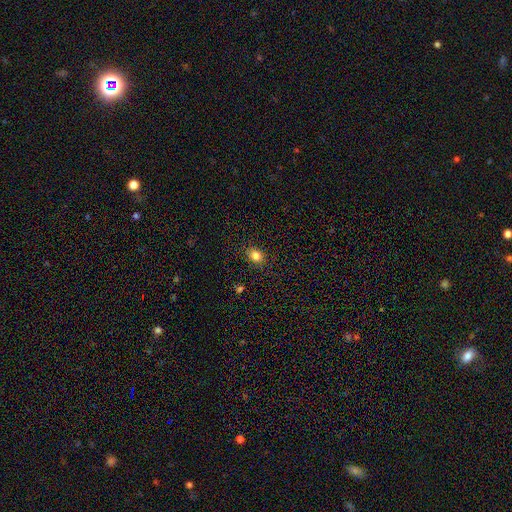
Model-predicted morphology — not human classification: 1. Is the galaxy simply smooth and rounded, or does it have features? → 81% smooth, 12% star or artifact, 7% featured or disk.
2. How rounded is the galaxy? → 53% in between, 46% round, 1% cigar-shaped.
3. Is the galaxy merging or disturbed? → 88% none, 9% minor disturbance, 2% major disturbance, 1% merger.